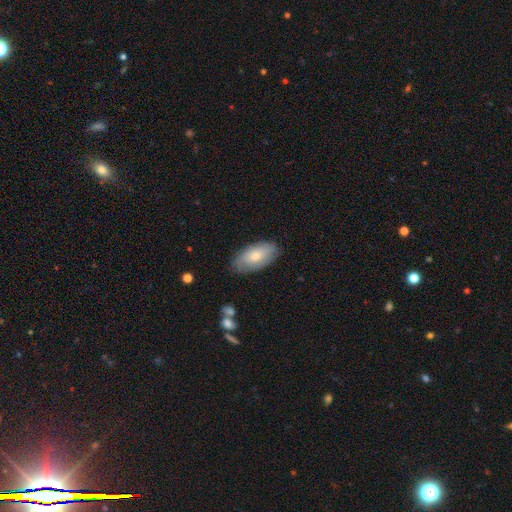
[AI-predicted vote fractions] This is likely a smooth galaxy (72%). How rounded: clearly in between (94%). Merging: likely none (80%).